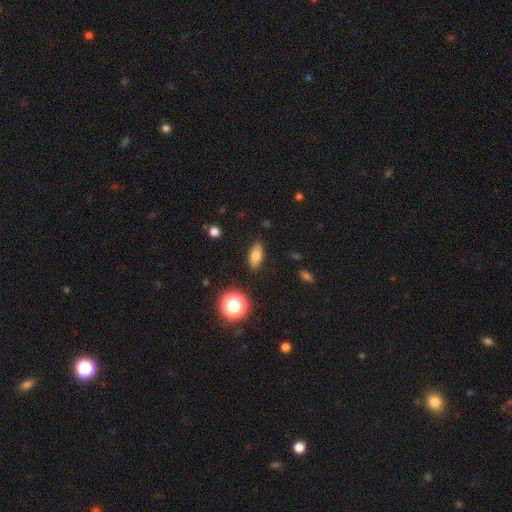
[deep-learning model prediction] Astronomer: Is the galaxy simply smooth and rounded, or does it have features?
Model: smooth — 75%.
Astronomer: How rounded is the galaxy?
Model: in between — 83%.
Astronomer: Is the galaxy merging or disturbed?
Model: none — 87%.